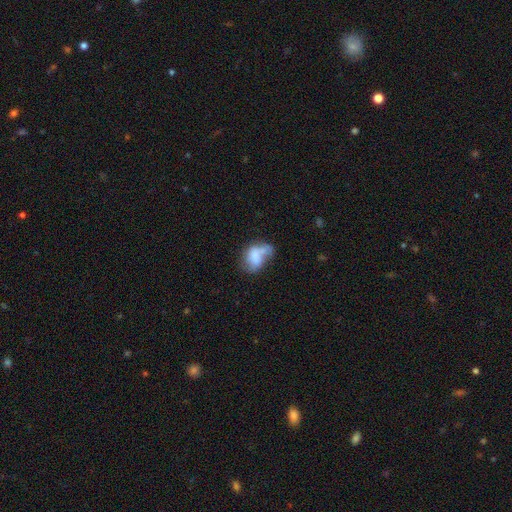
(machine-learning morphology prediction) A smooth galaxy with no disk features (59%) that is in between round and cigar-shaped (81%).

Vote fractions:
- Smooth or featured? smooth: 59% / featured or disk: 32% / star or artifact: 9%
- How rounded? in between: 81% / round: 18% / cigar-shaped: 2%
- Merging? merger: 32% / major disturbance: 25% / minor disturbance: 22% / none: 21%